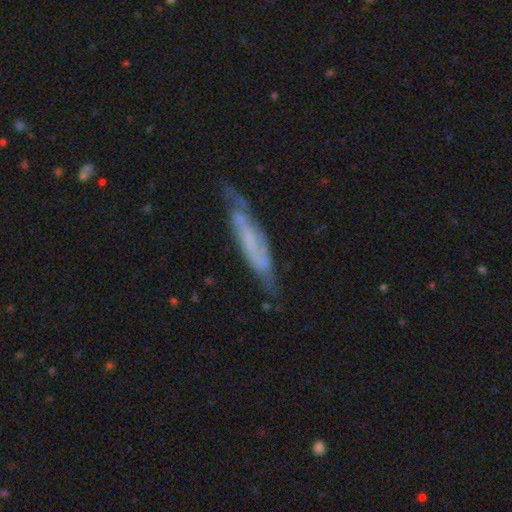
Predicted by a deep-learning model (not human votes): Smooth or featured: featured or disk — 62% (smooth — 31%)
Edge-on disk: no — 56% (yes — 44%)
Merging: none — 56% (minor disturbance — 27%)